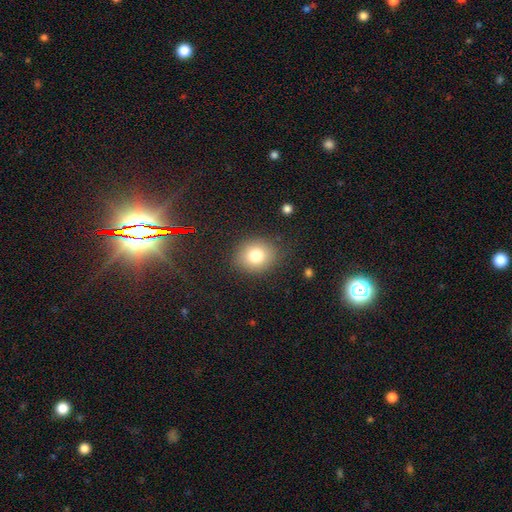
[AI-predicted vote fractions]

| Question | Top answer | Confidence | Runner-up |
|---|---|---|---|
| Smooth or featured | smooth | 78% | star or artifact (12%) |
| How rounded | round | 68% | in between (31%) |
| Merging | none | 85% | minor disturbance (10%) |